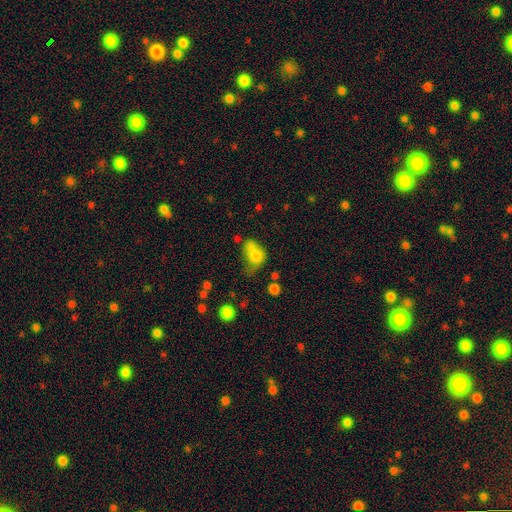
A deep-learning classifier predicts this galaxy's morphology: A smooth galaxy with no disk features (72%) that is in between round and cigar-shaped (71%).

Vote fractions:
- Smooth or featured? smooth: 72% / featured or disk: 16% / star or artifact: 12%
- How rounded? in between: 71% / round: 27% / cigar-shaped: 2%
- Merging? major disturbance: 30% / minor disturbance: 27% / none: 23% / merger: 20%